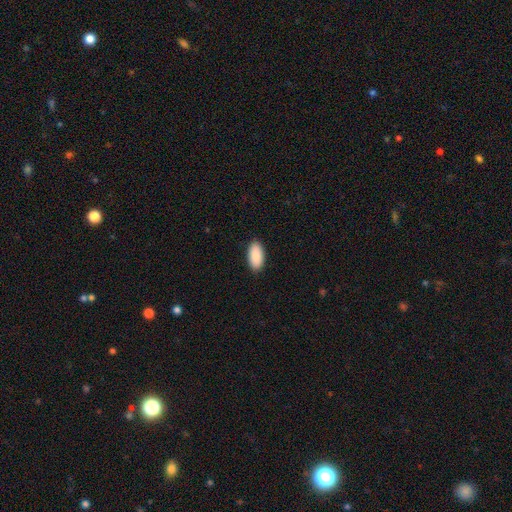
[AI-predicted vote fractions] Smooth or featured?
  - smooth: 90% *
  - star or artifact: 6%
  - featured or disk: 4%
How rounded?
  - in between: 94% *
  - cigar-shaped: 4%
  - round: 2%
Merging?
  - none: 90% *
  - minor disturbance: 8%
  - major disturbance: 2%
  - merger: 1%